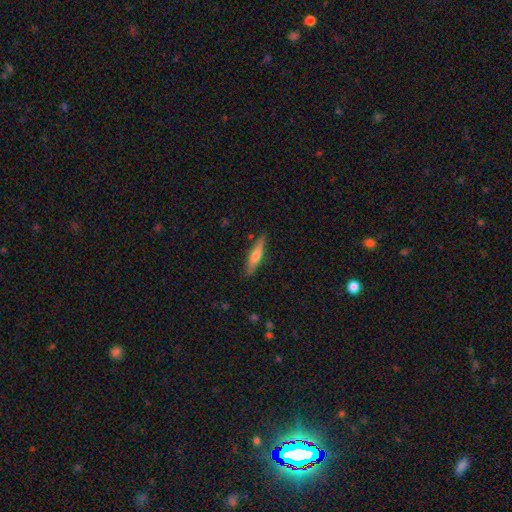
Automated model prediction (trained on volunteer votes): A smooth galaxy with no disk features (52%) that is cigar-shaped (85%). Merging: none (87%).